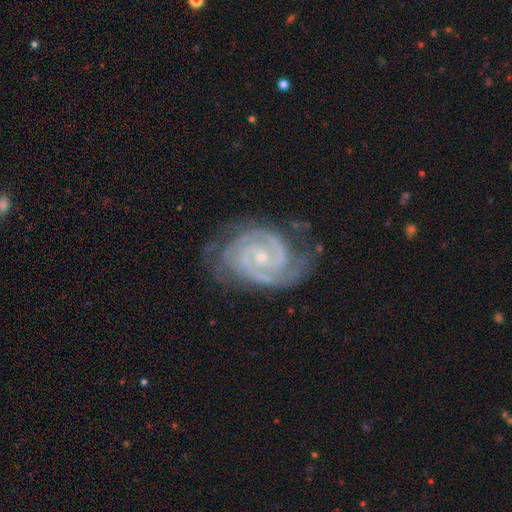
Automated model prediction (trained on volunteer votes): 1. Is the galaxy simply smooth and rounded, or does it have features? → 90% featured or disk, 6% star or artifact, 3% smooth.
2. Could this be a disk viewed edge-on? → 97% no, 3% yes.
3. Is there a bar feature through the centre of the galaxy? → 59% no, 29% weak, 12% strong.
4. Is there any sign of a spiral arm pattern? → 99% yes, 1% no.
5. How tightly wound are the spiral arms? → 75% tight, 22% medium, 3% loose.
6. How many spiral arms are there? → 65% 2, 15% 3, 8% can't tell, 5% 4, 4% more than 4, 4% 1.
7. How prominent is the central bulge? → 75% small, 21% moderate, 2% none, 1% large, 1% dominant.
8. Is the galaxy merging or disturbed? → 73% none, 18% minor disturbance, 7% major disturbance, 2% merger.